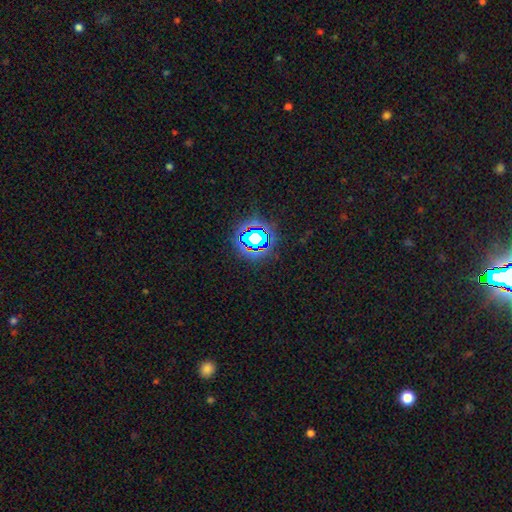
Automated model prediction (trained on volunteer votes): Smooth or featured? Predicted: star or artifact (p=0.78).